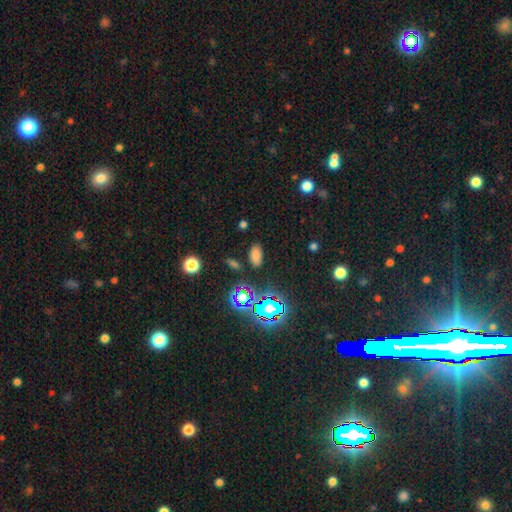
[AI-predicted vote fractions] This appears to be a smooth galaxy with no disk features (71%) that is in between round and cigar-shaped (90%). Merging: none (85%).